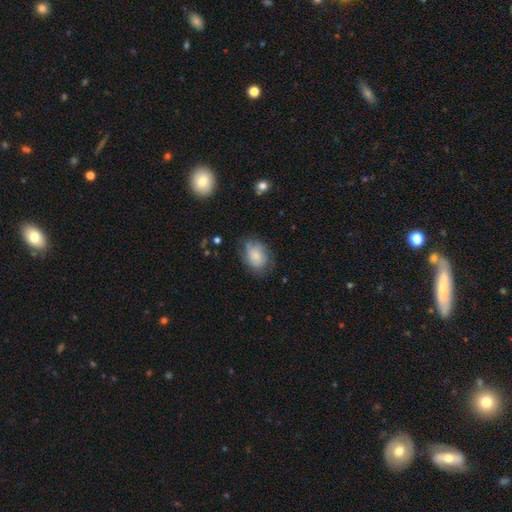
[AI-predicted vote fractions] Q: Smooth or featured?
A: smooth (69%); runner-up: featured or disk (23%)
Q: How rounded?
A: in between (71%); runner-up: round (28%)
Q: Merging?
A: none (65%); runner-up: minor disturbance (24%)